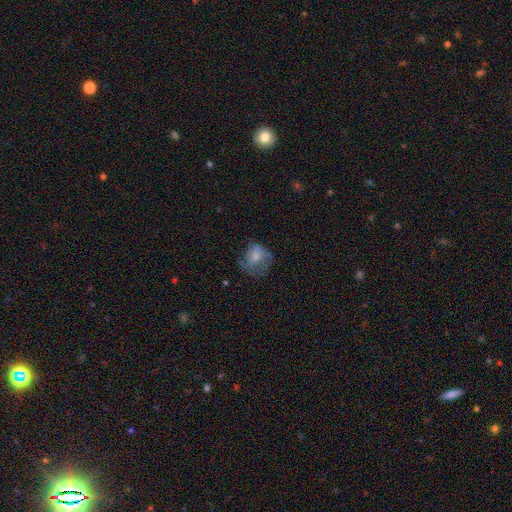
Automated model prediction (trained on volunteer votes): Smooth or featured?
  - smooth: 53% *
  - featured or disk: 37%
  - star or artifact: 10%
How rounded?
  - in between: 51% *
  - round: 48%
  - cigar-shaped: 1%
Merging?
  - none: 41% *
  - major disturbance: 31%
  - minor disturbance: 26%
  - merger: 2%